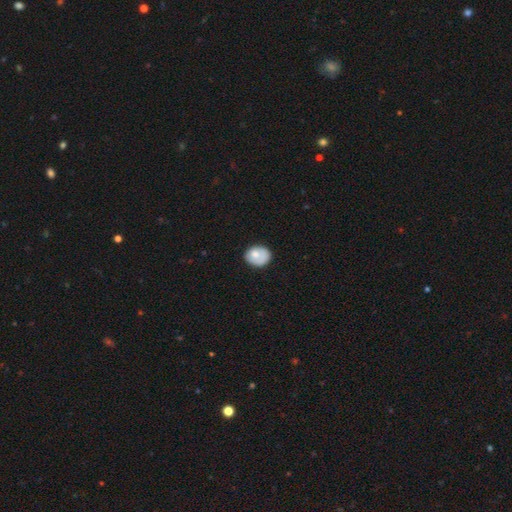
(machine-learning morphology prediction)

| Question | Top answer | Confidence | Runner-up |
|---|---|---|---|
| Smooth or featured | smooth | 72% | featured or disk (21%) |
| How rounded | round | 50% | in between (49%) |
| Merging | none | 66% | minor disturbance (24%) |